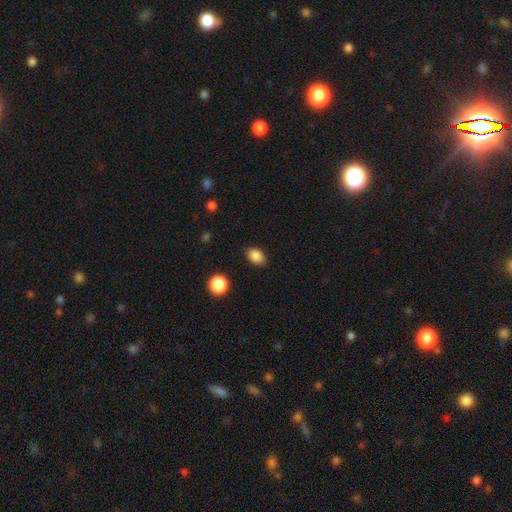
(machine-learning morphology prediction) Smooth or featured: smooth — 86% (star or artifact — 9%)
How rounded: in between — 77% (round — 22%)
Merging: none — 86% (minor disturbance — 10%)